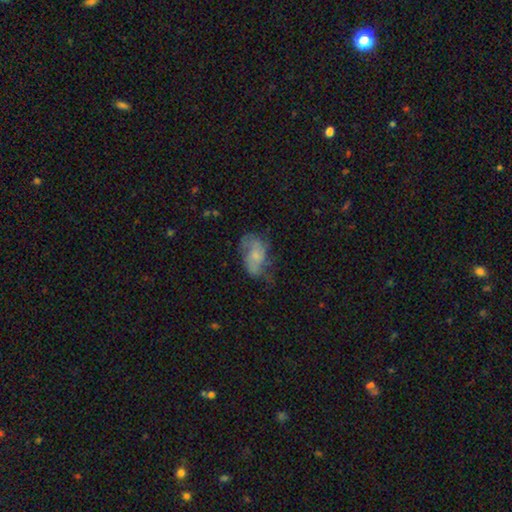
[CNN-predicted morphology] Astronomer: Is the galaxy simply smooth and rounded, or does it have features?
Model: smooth — 46% (runner-up: featured or disk, 44%).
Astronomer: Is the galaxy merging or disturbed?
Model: none — 37% (runner-up: minor disturbance, 31%).